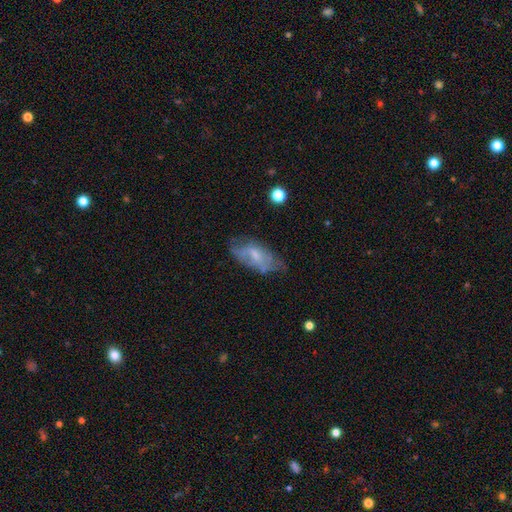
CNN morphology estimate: This is possibly a featured or disk galaxy (48%). Merging: possibly none (51%).